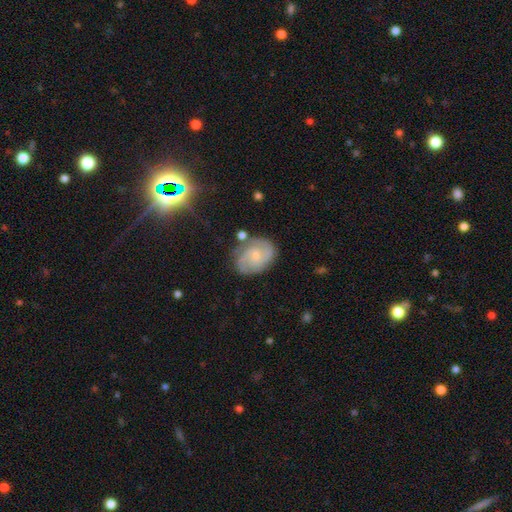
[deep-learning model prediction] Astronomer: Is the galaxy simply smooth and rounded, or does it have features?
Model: featured or disk — 72%.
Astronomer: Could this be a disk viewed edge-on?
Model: no — 98%.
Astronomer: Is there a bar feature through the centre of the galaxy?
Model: no — 62%.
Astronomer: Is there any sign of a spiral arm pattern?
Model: yes — 93%.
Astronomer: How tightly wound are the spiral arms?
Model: medium — 45% (runner-up: tight, 41%).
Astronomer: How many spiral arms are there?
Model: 2 — 58%.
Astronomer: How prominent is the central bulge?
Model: small — 66%.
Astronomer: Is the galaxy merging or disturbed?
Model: none — 72%.